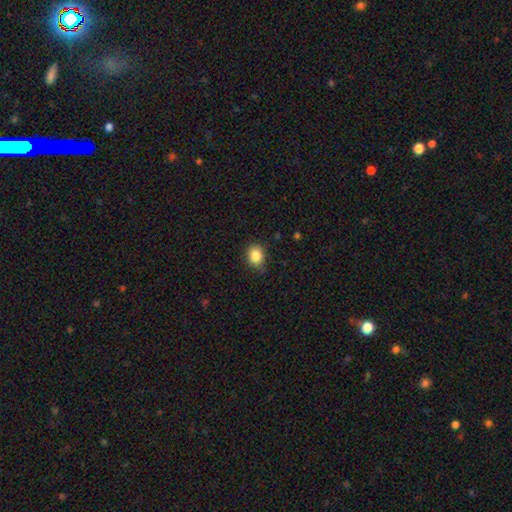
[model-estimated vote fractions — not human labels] Q: Smooth or featured?
A: smooth (85%); runner-up: star or artifact (10%)
Q: How rounded?
A: round (61%); runner-up: in between (38%)
Q: Merging?
A: none (78%); runner-up: minor disturbance (18%)